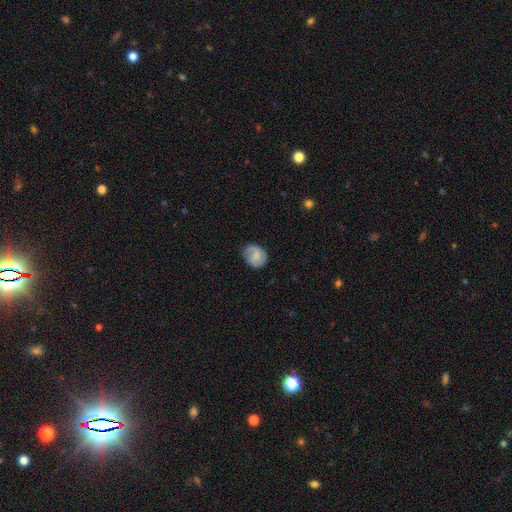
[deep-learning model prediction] Q: Smooth or featured?
A: smooth (65%); runner-up: featured or disk (27%)
Q: How rounded?
A: round (67%); runner-up: in between (32%)
Q: Merging?
A: none (70%); runner-up: minor disturbance (22%)